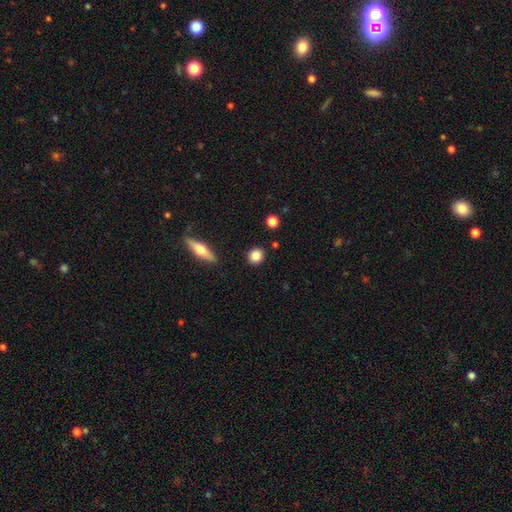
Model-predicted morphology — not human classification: A smooth galaxy with no disk features (85%) that is round (85%).

Vote fractions:
- Smooth or featured? smooth: 85% / star or artifact: 8% / featured or disk: 7%
- How rounded? round: 85% / in between: 13% / cigar-shaped: 2%
- Merging? none: 89% / minor disturbance: 7% / major disturbance: 2% / merger: 2%